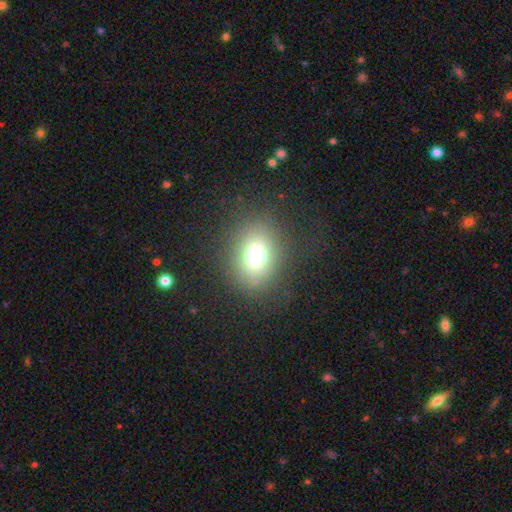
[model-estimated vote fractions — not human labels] Morphology: type=smooth (70%); roundness=round (57%); merging=none (83%).